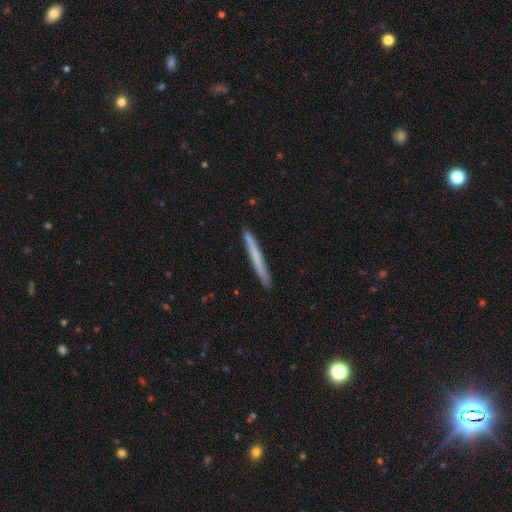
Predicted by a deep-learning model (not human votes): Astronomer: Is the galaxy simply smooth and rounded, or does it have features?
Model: smooth — 60%.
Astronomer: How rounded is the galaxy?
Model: cigar-shaped — 97%.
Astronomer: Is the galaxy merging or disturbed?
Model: none — 90%.